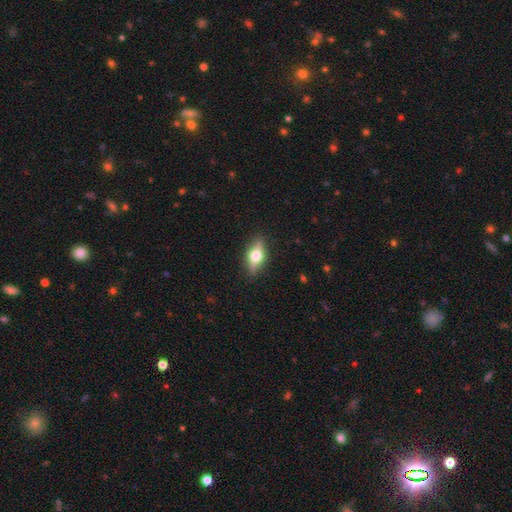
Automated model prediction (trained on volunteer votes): Smooth or featured? featured or disk (50%)
Merging? none (86%)